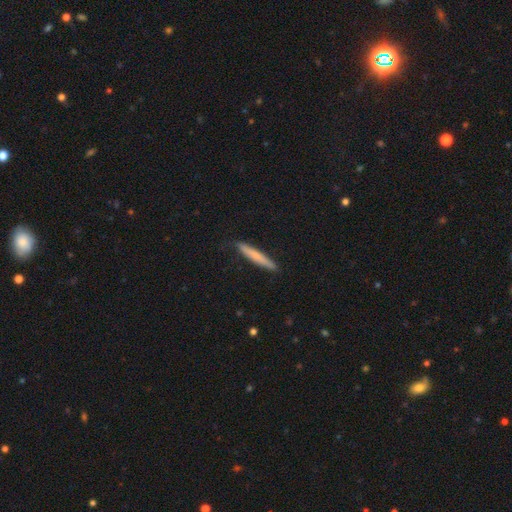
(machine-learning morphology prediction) type=smooth (65%); roundness=cigar-shaped (95%); merging=none (85%).